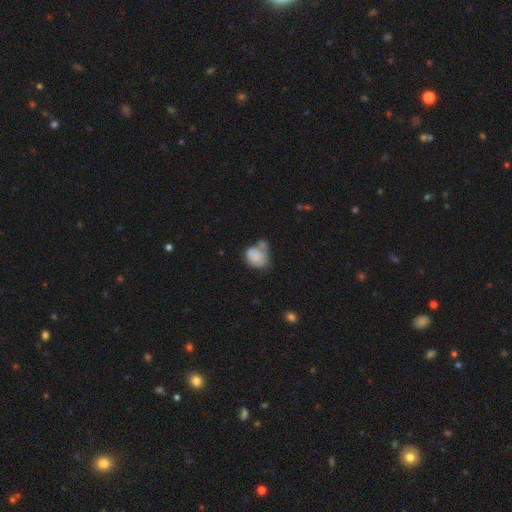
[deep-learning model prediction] This is likely a smooth galaxy (76%). How rounded: possibly round (54%). Merging: marginally merger (32%).